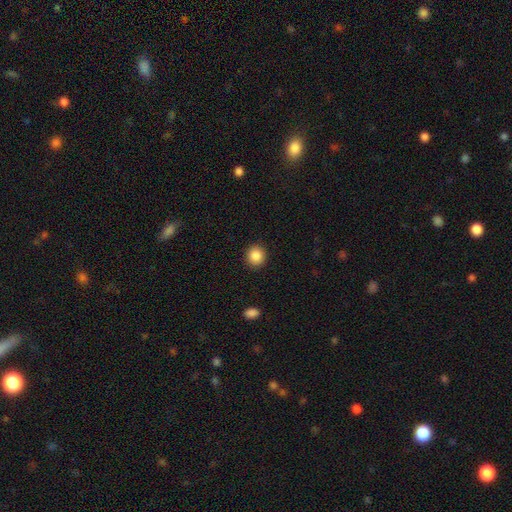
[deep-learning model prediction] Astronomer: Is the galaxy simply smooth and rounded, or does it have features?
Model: smooth — 87%.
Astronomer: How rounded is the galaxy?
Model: round — 87%.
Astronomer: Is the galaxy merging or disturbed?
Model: none — 92%.